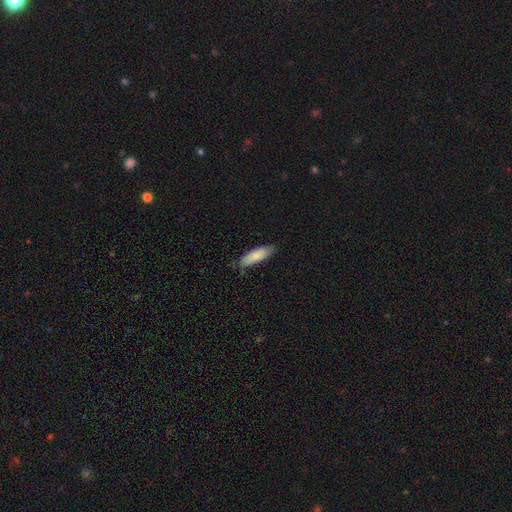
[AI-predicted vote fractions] Smooth or featured?
  - smooth: 84% *
  - featured or disk: 11%
  - star or artifact: 6%
How rounded?
  - in between: 54% *
  - cigar-shaped: 45%
  - round: 1%
Merging?
  - none: 73% *
  - minor disturbance: 22%
  - major disturbance: 3%
  - merger: 2%